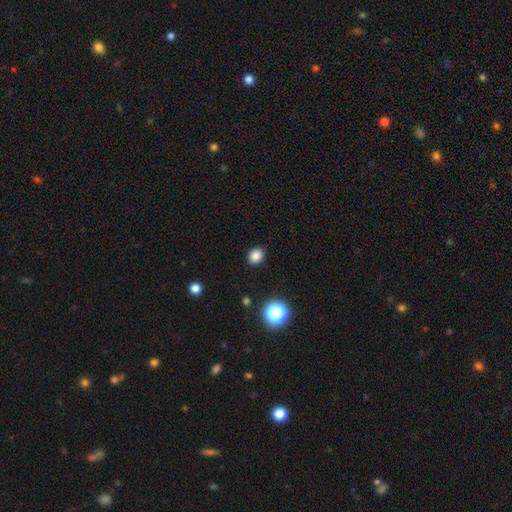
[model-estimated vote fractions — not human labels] This is clearly a smooth galaxy (84%). How rounded: likely round (71%). Merging: clearly none (90%).